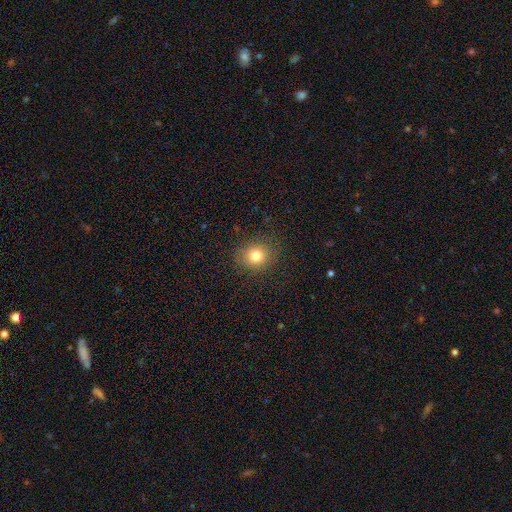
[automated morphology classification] This is likely a smooth galaxy (80%). How rounded: clearly round (80%). Merging: clearly none (87%).